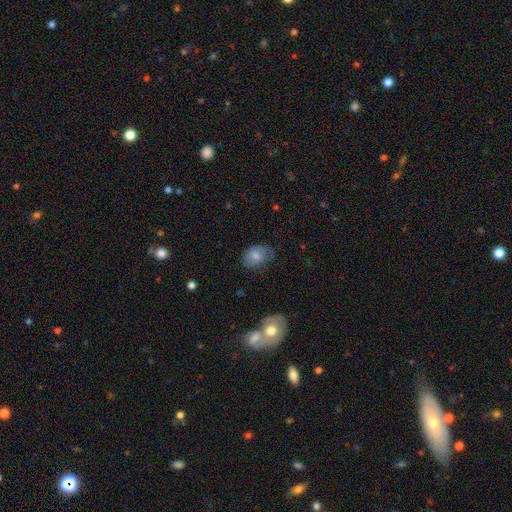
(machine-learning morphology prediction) The model was most divided on "merging": none: 63%, minor disturbance: 28%, major disturbance: 8%, merger: 2%. More confident: smooth or featured — smooth (76%); how rounded — in between (74%).